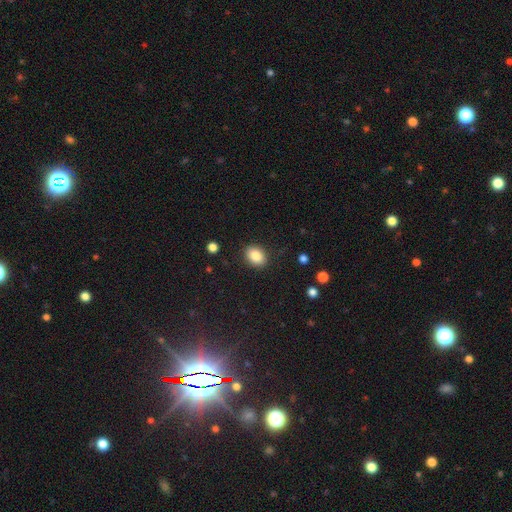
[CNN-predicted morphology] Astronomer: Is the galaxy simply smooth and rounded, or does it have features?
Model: smooth — 85%.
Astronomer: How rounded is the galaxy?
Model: in between — 66%.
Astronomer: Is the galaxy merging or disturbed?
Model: none — 88%.